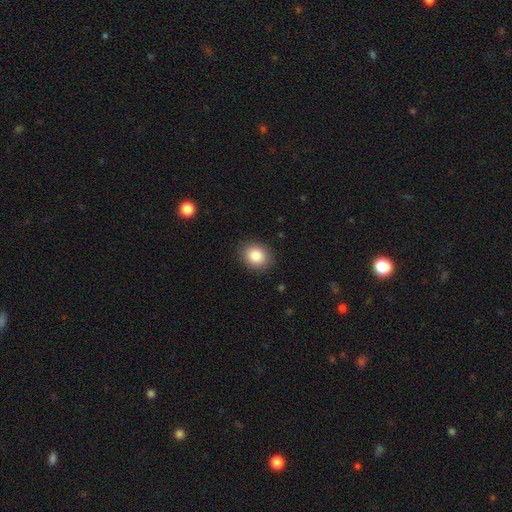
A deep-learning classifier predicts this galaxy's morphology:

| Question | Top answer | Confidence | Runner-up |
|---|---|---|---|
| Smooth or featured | smooth | 86% | star or artifact (8%) |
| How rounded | round | 57% | in between (42%) |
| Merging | none | 88% | minor disturbance (8%) |